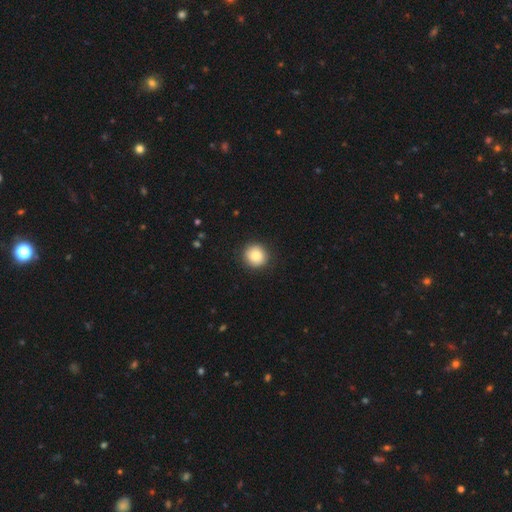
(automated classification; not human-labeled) A smooth galaxy with no disk features (83%) that is round (91%). Merging: none (89%).